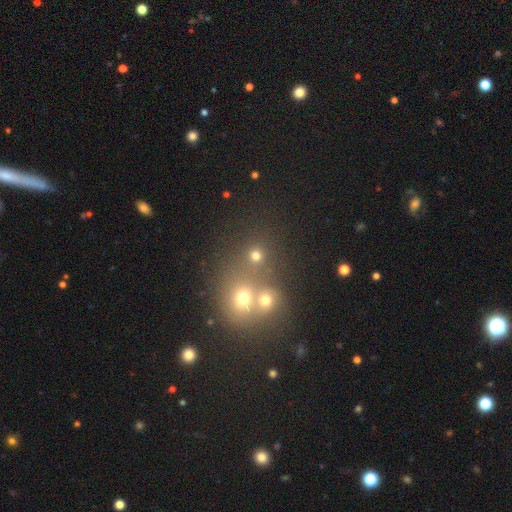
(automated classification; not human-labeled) smooth 73%, star or artifact 19%, featured or disk 8%. Down the decision tree: how rounded — round (87%); merging — none (57%).